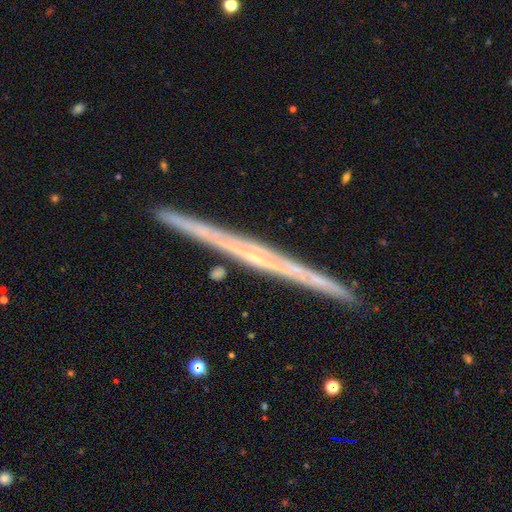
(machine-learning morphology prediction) This appears to be a featured or disk galaxy (79%) viewed edge-on (98%) with no central bulge (66%). Merging: none (91%).